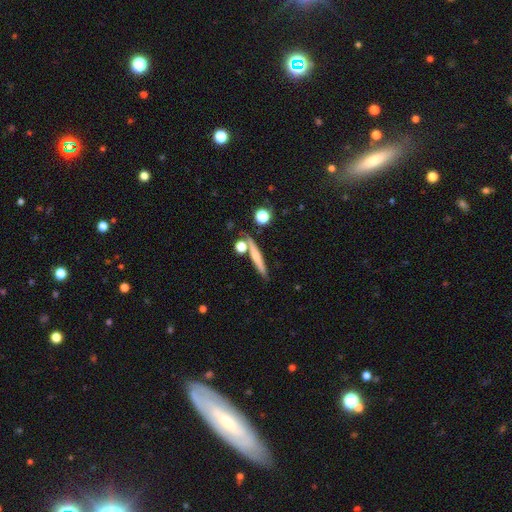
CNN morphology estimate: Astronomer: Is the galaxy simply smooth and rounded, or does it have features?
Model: smooth — 57% (runner-up: featured or disk, 35%).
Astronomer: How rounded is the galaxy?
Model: cigar-shaped — 84%.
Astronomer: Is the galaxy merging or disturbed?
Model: none — 76%.